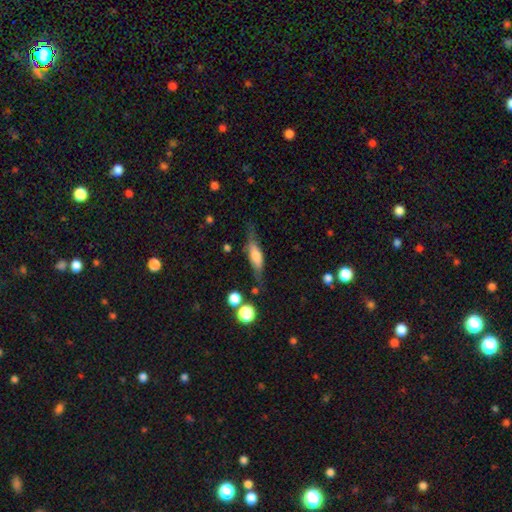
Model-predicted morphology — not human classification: smooth_or_featured: smooth (p=0.49) [alt: featured or disk p=0.43]
merging: none (p=0.67) [alt: minor disturbance p=0.21]